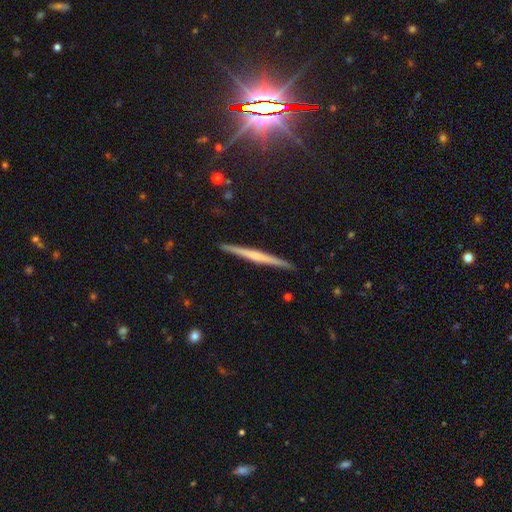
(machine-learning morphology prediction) This appears to be a featured or disk galaxy (63%) viewed edge-on (98%) with no central bulge (48%). Merging: none (92%).